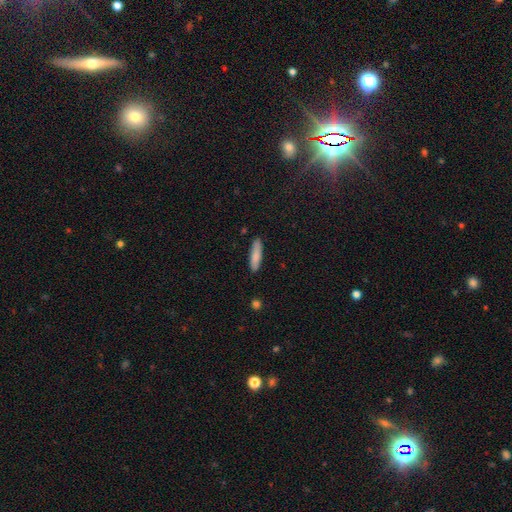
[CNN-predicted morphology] Smooth or featured: smooth — 83% (featured or disk — 11%)
How rounded: cigar-shaped — 75% (in between — 24%)
Merging: none — 87% (minor disturbance — 10%)